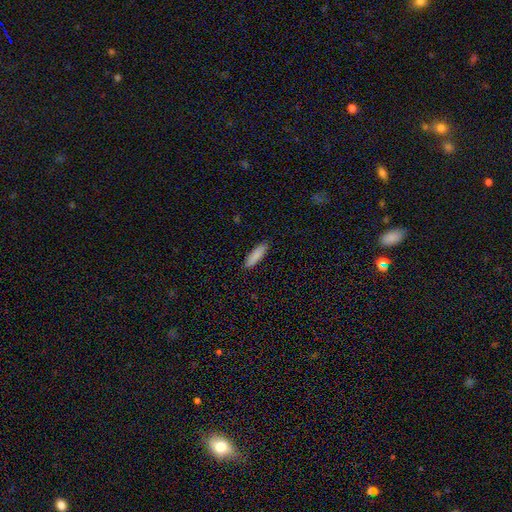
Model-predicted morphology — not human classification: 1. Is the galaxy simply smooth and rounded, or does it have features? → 88% smooth, 6% star or artifact, 6% featured or disk.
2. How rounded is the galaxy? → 61% cigar-shaped, 38% in between, 1% round.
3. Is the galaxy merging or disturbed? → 89% none, 8% minor disturbance, 2% major disturbance, 1% merger.